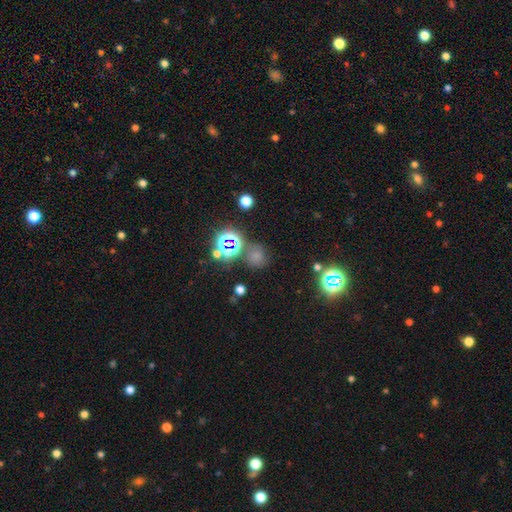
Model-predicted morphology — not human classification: Smooth or featured? Predicted: smooth (p=0.58). How rounded? Predicted: round (p=0.86). Merging? Predicted: none (p=0.73).